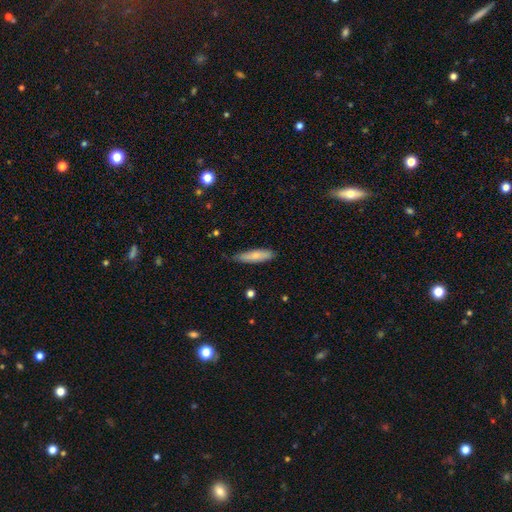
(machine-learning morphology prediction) The model was most divided on "how rounded": cigar-shaped: 70%, in between: 28%, round: 2%. More confident: smooth or featured — smooth (78%); merging — none (72%).